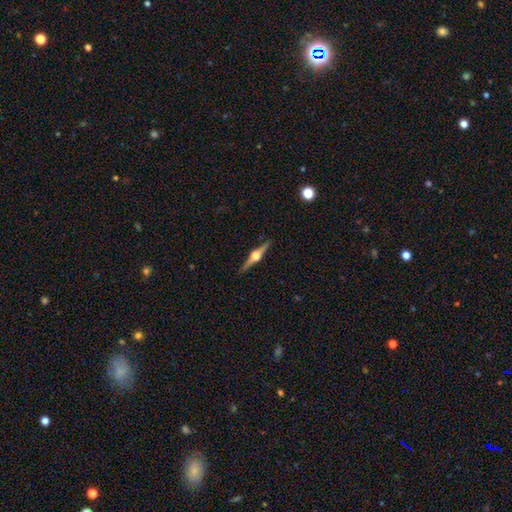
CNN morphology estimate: Smooth or featured? Predicted: featured or disk (p=0.86). Edge-on disk? Predicted: yes (p=0.98). Edge-on bulge? Predicted: rounded (p=0.96). Merging? Predicted: none (p=0.91).